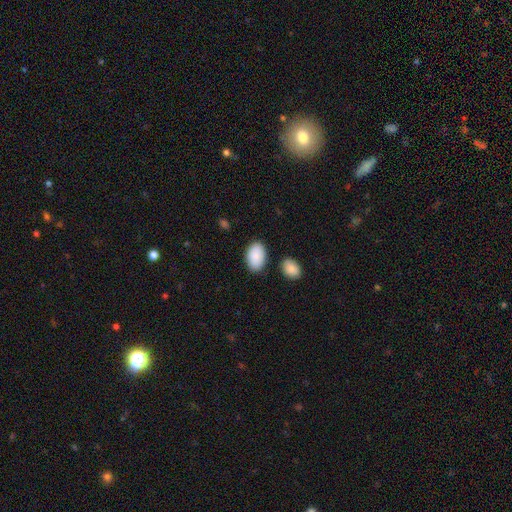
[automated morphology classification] Q: Smooth or featured?
A: smooth (90%); runner-up: star or artifact (6%)
Q: How rounded?
A: in between (93%); runner-up: round (6%)
Q: Merging?
A: none (82%); runner-up: minor disturbance (11%)